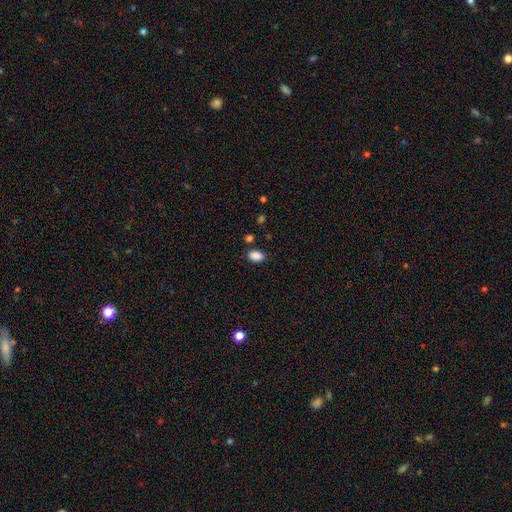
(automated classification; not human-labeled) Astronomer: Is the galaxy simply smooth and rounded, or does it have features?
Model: smooth — 88%.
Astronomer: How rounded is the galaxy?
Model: in between — 83%.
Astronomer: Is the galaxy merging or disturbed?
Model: none — 81%.